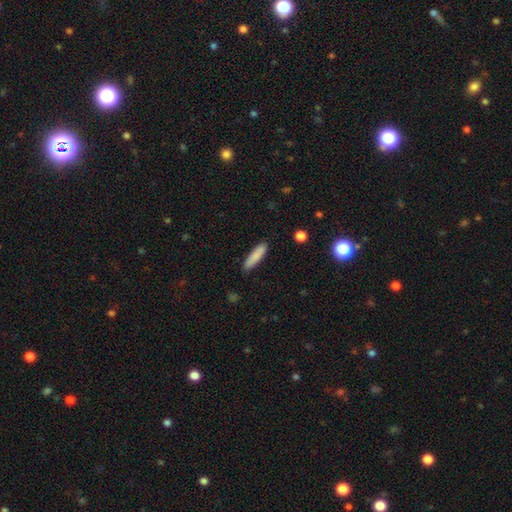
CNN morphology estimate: smooth 85%, featured or disk 9%, star or artifact 6%. Down the decision tree: how rounded — cigar-shaped (77%); merging — none (87%).